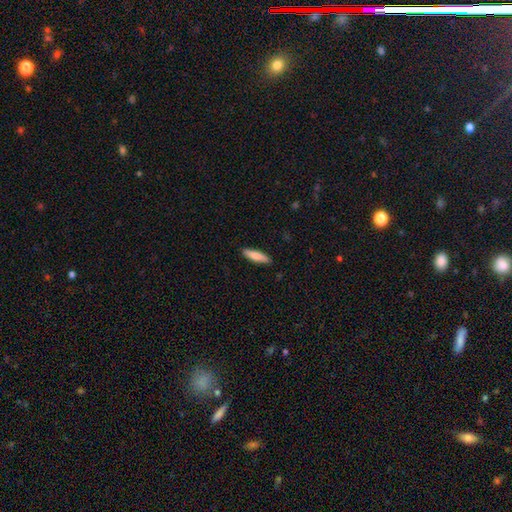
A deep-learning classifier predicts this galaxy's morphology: This appears to be a smooth galaxy with no disk features (81%) that is cigar-shaped (71%). Merging: none (87%).